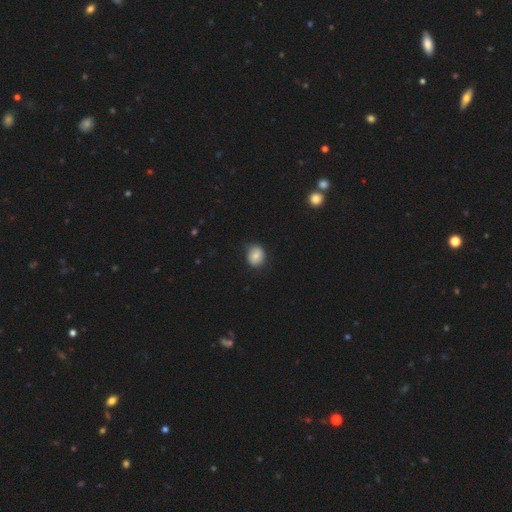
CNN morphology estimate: smooth 80%, featured or disk 12%, star or artifact 8%. Down the decision tree: how rounded — round (64%); merging — none (79%).